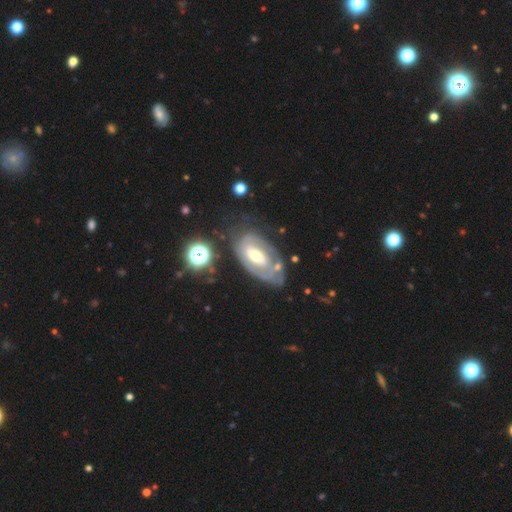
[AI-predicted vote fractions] The model was most divided on "bar": no: 58%, weak: 31%, strong: 12%. More confident: edge-on disk — no (93%); smooth or featured — featured or disk (75%); spiral arms — yes (70%); bulge size — moderate (58%); merging — none (57%).